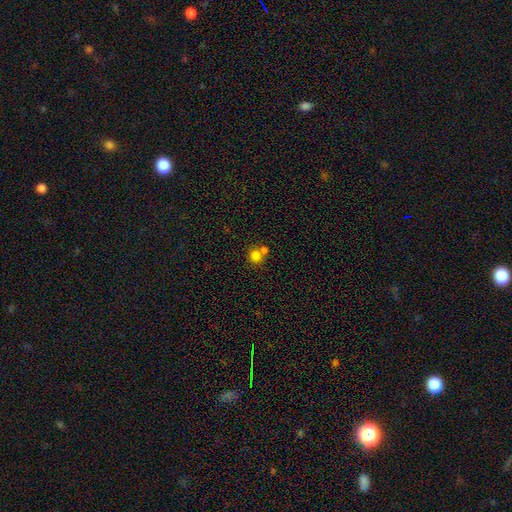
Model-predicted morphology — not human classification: Smooth or featured? Predicted: smooth (p=0.80). How rounded? Predicted: round (p=0.82). Merging? Predicted: none (p=0.49).